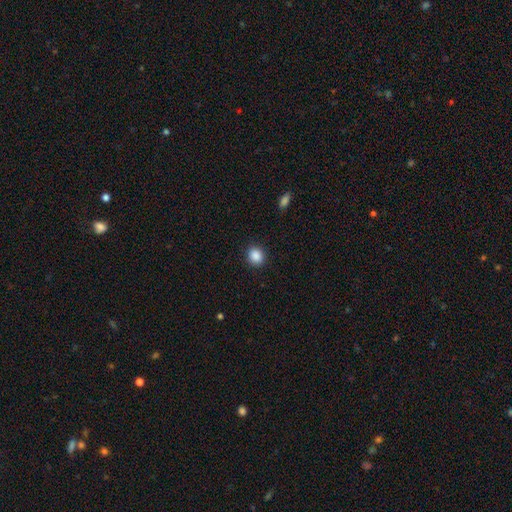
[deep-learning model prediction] A smooth galaxy with no disk features (88%) that is round (80%). Merging: none (90%).